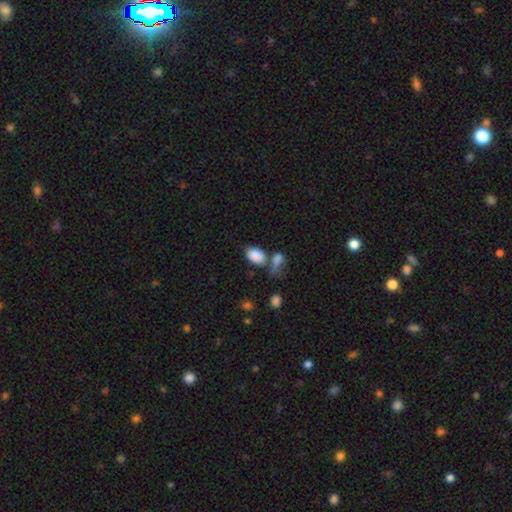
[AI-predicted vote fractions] smooth_or_featured: smooth (p=0.86) [alt: star or artifact p=0.08]
how_rounded: in between (p=0.89) [alt: round p=0.10]
merging: none (p=0.40) [alt: merger p=0.37]